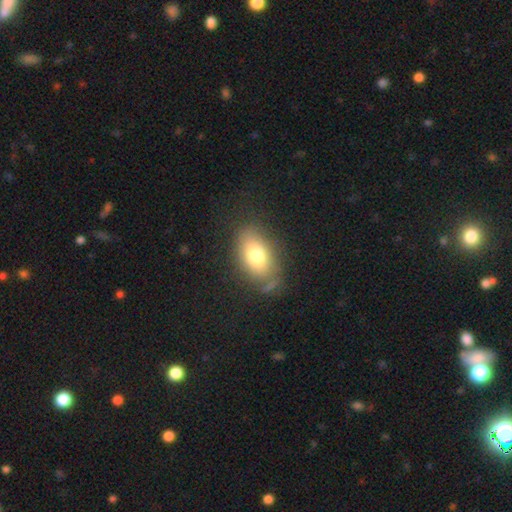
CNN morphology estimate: smooth 74%, featured or disk 16%, star or artifact 10%. Down the decision tree: how rounded — in between (85%); merging — none (73%).